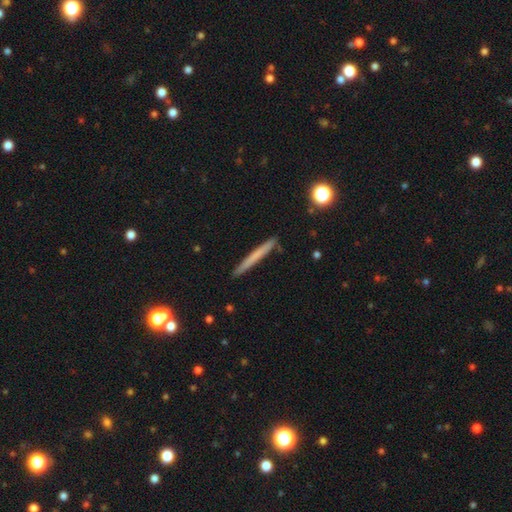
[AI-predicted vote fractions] The model was most divided on "smooth or featured": smooth: 59%, featured or disk: 35%, star or artifact: 7%. More confident: how rounded — cigar-shaped (97%); merging — none (90%).